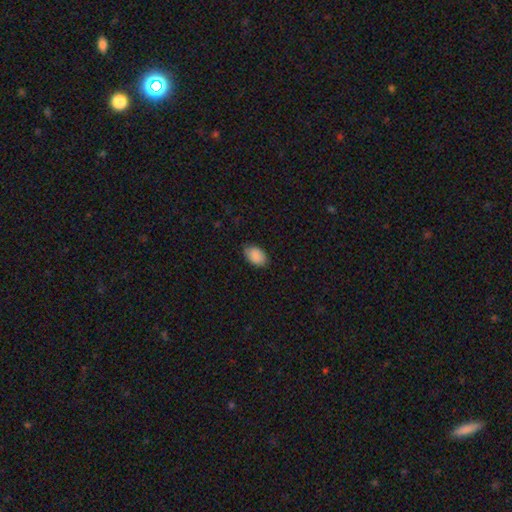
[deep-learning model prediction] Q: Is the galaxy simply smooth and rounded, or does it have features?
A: smooth — 90%.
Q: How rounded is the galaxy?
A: in between — 91%.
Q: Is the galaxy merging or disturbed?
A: none — 84%.